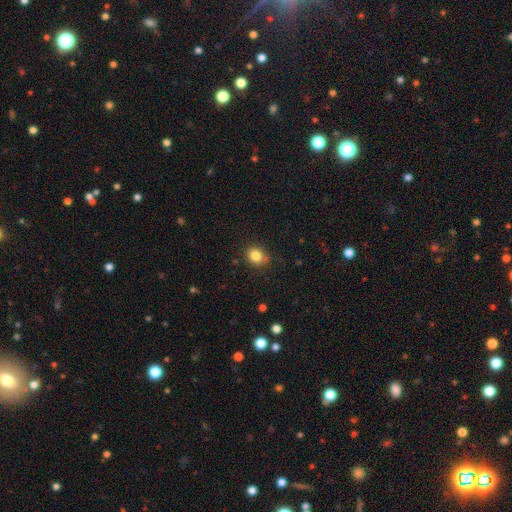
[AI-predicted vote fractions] smooth-or-featured: smooth: 83% | star or artifact: 11% | featured or disk: 6%
  how-rounded: round: 72% | in between: 27% | cigar-shaped: 1%
  merging: none: 81% | minor disturbance: 14% | major disturbance: 3% | merger: 2%